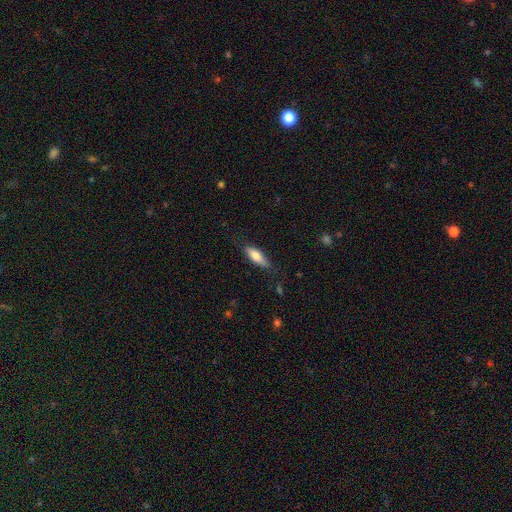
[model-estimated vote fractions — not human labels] This appears to be a smooth galaxy with no disk features (73%) that is in between round and cigar-shaped (58%). Merging: none (81%).